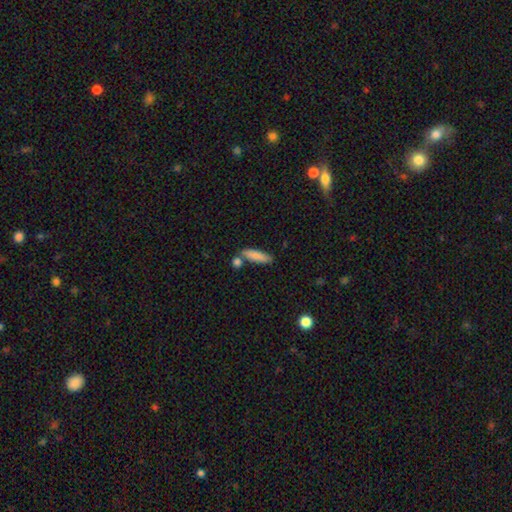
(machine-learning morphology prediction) type=smooth (83%); roundness=cigar-shaped (62%); merging=none (70%).